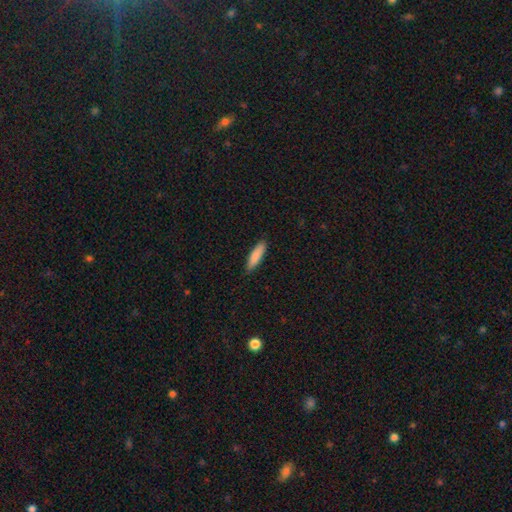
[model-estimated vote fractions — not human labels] Q: Smooth or featured?
A: smooth (84%); runner-up: featured or disk (10%)
Q: How rounded?
A: cigar-shaped (71%); runner-up: in between (28%)
Q: Merging?
A: none (87%); runner-up: minor disturbance (10%)